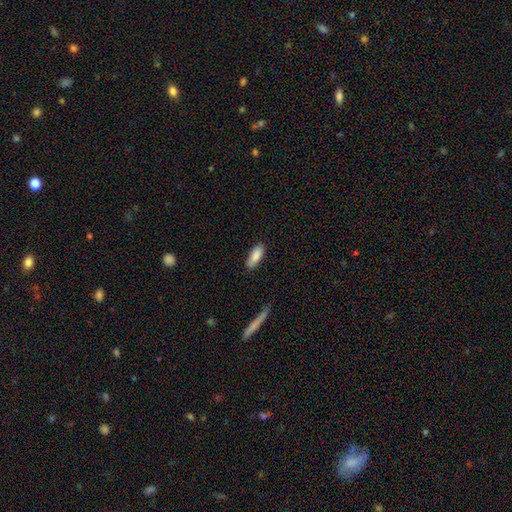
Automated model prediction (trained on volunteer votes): Smooth or featured? smooth (88%)
How rounded? in between (76%)
Merging? none (83%)